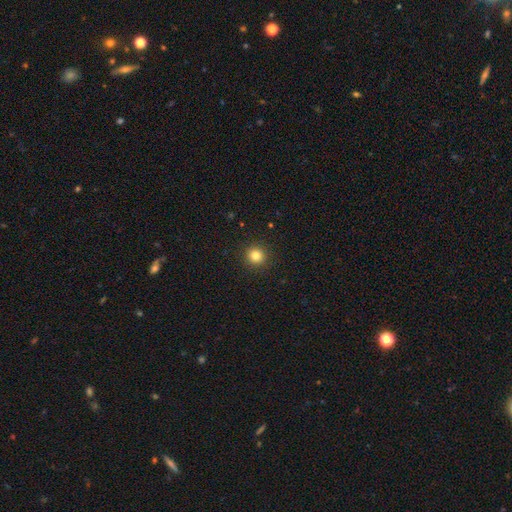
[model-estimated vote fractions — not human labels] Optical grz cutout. It shows a smooth galaxy with no disk features (82%) that is round (94%). Merging: none (93%).